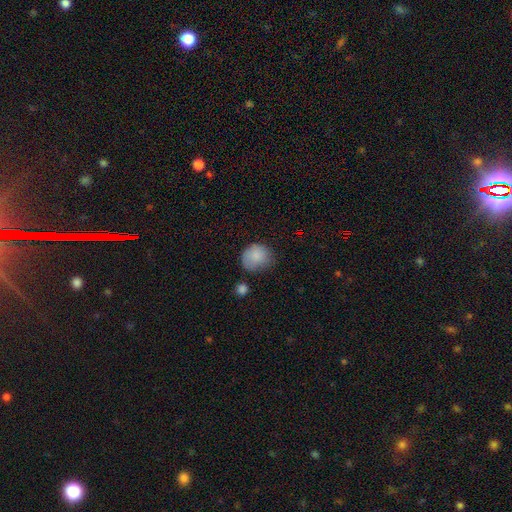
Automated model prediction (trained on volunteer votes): A smooth galaxy with no disk features (84%) that is round (73%).

Vote fractions:
- Smooth or featured? smooth: 84% / star or artifact: 8% / featured or disk: 8%
- How rounded? round: 73% / in between: 26% / cigar-shaped: 1%
- Merging? none: 53% / minor disturbance: 32% / major disturbance: 10% / merger: 4%